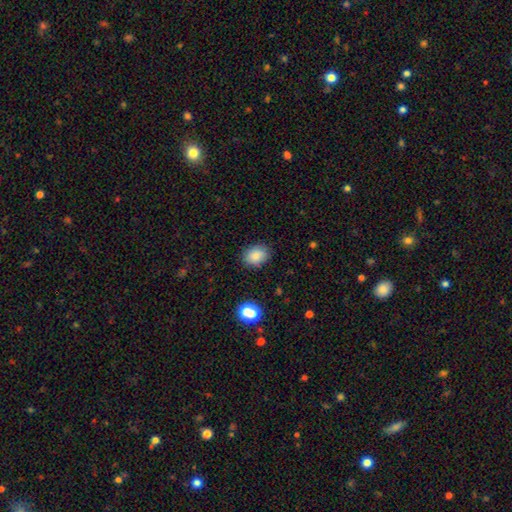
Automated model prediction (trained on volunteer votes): Q: Smooth or featured?
A: smooth (86%); runner-up: star or artifact (9%)
Q: How rounded?
A: in between (67%); runner-up: round (32%)
Q: Merging?
A: none (84%); runner-up: minor disturbance (11%)